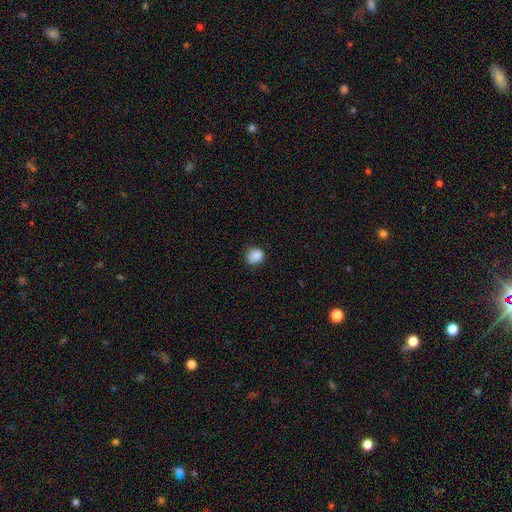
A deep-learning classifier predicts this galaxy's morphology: Smooth or featured: smooth — 86% (star or artifact — 9%)
How rounded: round — 73% (in between — 26%)
Merging: none — 69% (minor disturbance — 24%)